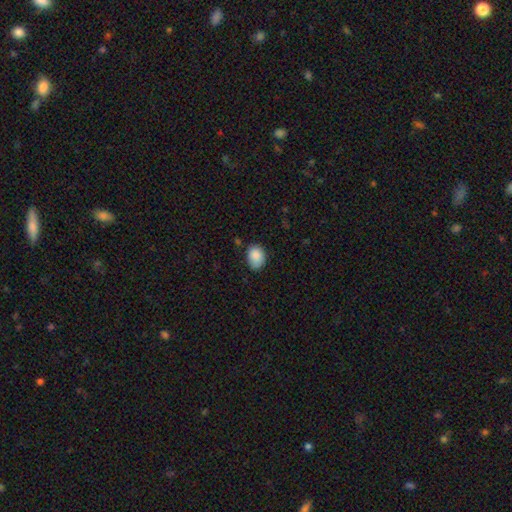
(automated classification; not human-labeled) Q: Smooth or featured?
A: smooth (87%); runner-up: star or artifact (8%)
Q: How rounded?
A: in between (70%); runner-up: round (29%)
Q: Merging?
A: none (69%); runner-up: minor disturbance (25%)